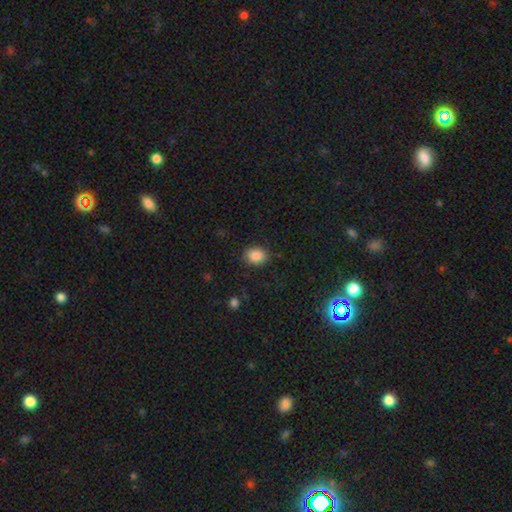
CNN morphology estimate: A smooth galaxy with no disk features (87%) that is in between round and cigar-shaped (58%). Merging: none (84%).